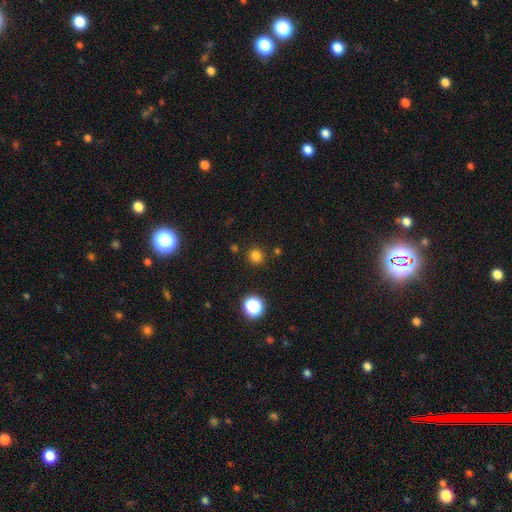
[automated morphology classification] smooth-or-featured: smooth: 78% | star or artifact: 17% | featured or disk: 4%
  how-rounded: round: 93% | in between: 6% | cigar-shaped: 1%
  merging: none: 88% | minor disturbance: 6% | merger: 3% | major disturbance: 2%